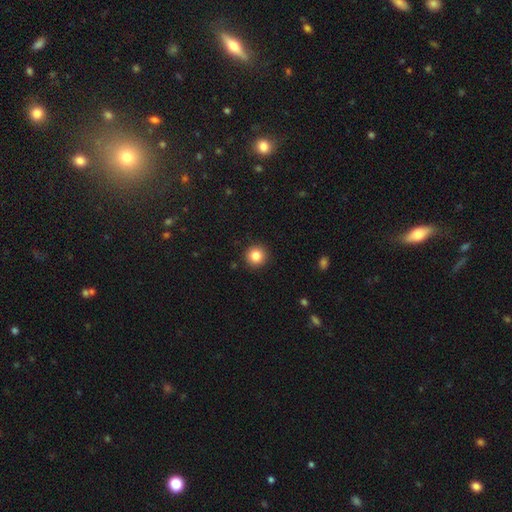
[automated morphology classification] A smooth galaxy with no disk features (84%) that is round (95%). Merging: none (92%).